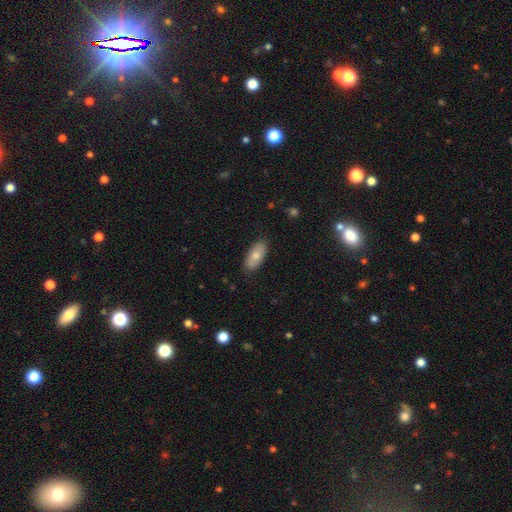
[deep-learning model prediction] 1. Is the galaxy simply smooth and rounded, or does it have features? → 76% smooth, 18% featured or disk, 6% star or artifact.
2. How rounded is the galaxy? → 89% in between, 9% cigar-shaped, 3% round.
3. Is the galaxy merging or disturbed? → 85% none, 12% minor disturbance, 2% major disturbance, 1% merger.